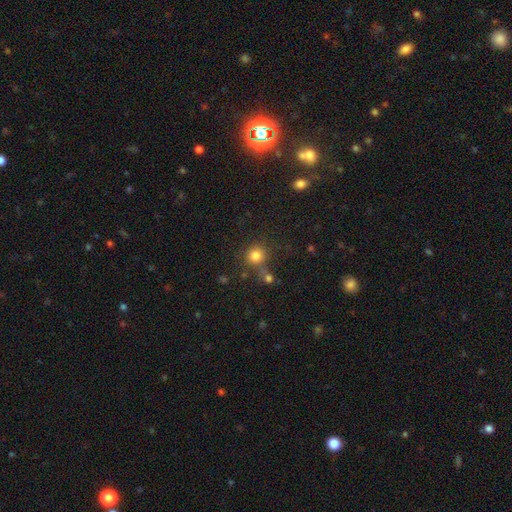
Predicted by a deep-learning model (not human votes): Q: Smooth or featured?
A: smooth (81%); runner-up: star or artifact (13%)
Q: How rounded?
A: round (91%); runner-up: in between (8%)
Q: Merging?
A: none (67%); runner-up: merger (16%)